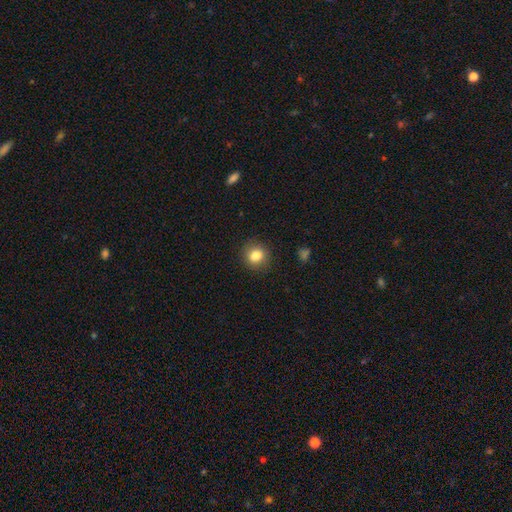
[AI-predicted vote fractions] This appears to be a smooth galaxy with no disk features (83%) that is round (79%). Merging: none (88%).